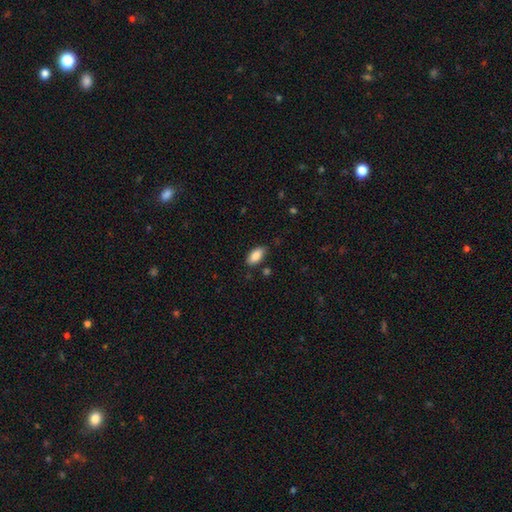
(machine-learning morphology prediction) smooth-or-featured: smooth: 87% | star or artifact: 7% | featured or disk: 6%
  how-rounded: in between: 92% | cigar-shaped: 6% | round: 3%
  merging: none: 79% | minor disturbance: 15% | major disturbance: 3% | merger: 2%